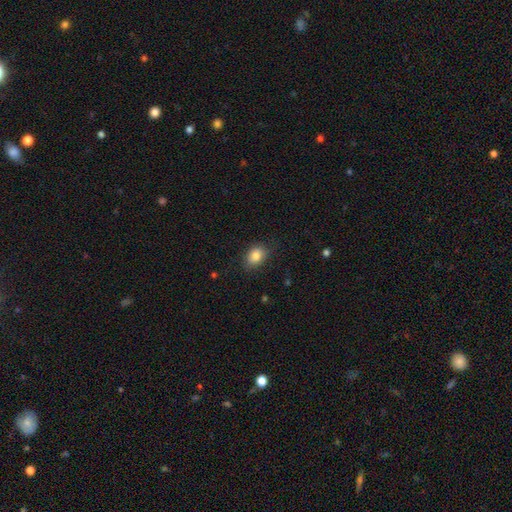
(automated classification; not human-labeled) The model was most divided on "how rounded": in between: 70%, round: 29%, cigar-shaped: 1%. More confident: smooth or featured — smooth (84%); merging — none (81%).